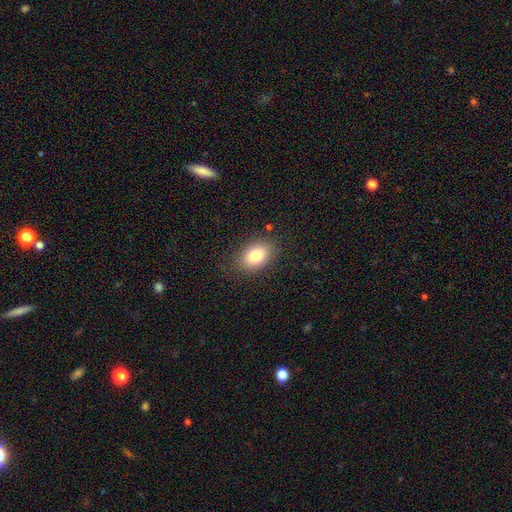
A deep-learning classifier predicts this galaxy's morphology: Q: Smooth or featured?
A: smooth (81%); runner-up: featured or disk (10%)
Q: How rounded?
A: in between (81%); runner-up: round (18%)
Q: Merging?
A: none (84%); runner-up: minor disturbance (11%)